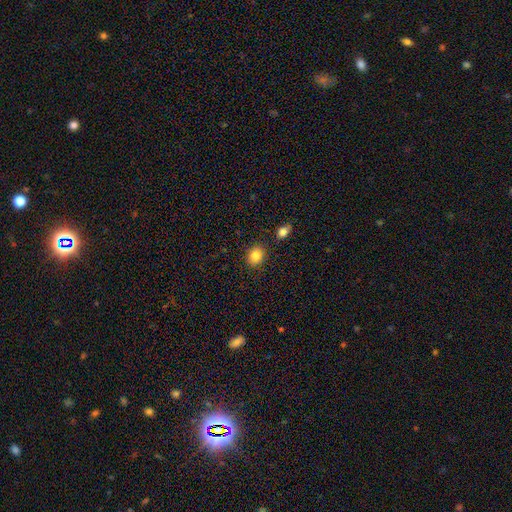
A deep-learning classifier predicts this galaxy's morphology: A smooth galaxy with no disk features (85%) that is round (59%).

Vote fractions:
- Smooth or featured? smooth: 85% / star or artifact: 10% / featured or disk: 5%
- How rounded? round: 59% / in between: 41% / cigar-shaped: 1%
- Merging? none: 86% / minor disturbance: 8% / merger: 3% / major disturbance: 2%